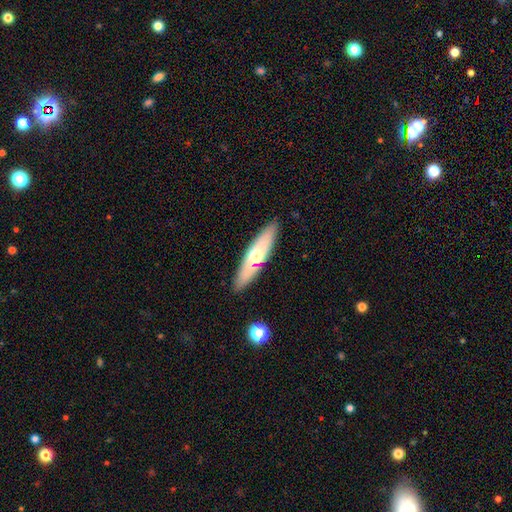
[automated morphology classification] A smooth galaxy with no disk features (53%) that is cigar-shaped (76%). Merging: none (86%).